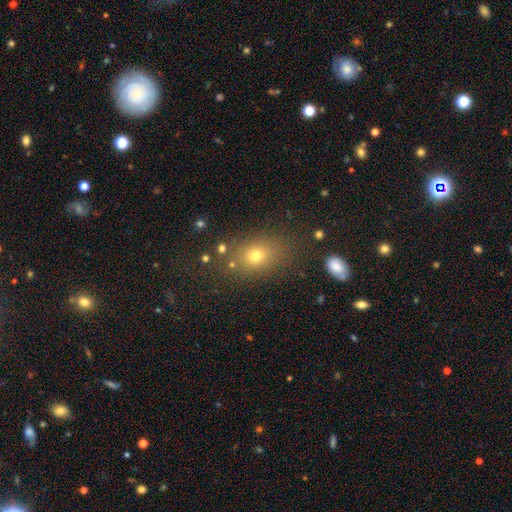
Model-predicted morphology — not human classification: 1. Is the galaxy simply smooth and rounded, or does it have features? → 71% smooth, 16% star or artifact, 12% featured or disk.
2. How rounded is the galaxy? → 63% in between, 35% round, 2% cigar-shaped.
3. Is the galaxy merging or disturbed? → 76% none, 13% minor disturbance, 6% major disturbance, 5% merger.